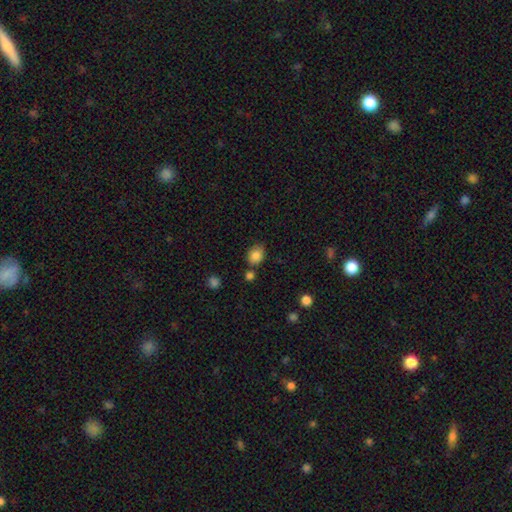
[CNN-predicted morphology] Smooth or featured? smooth (84%)
How rounded? round (50%)
Merging? none (69%)